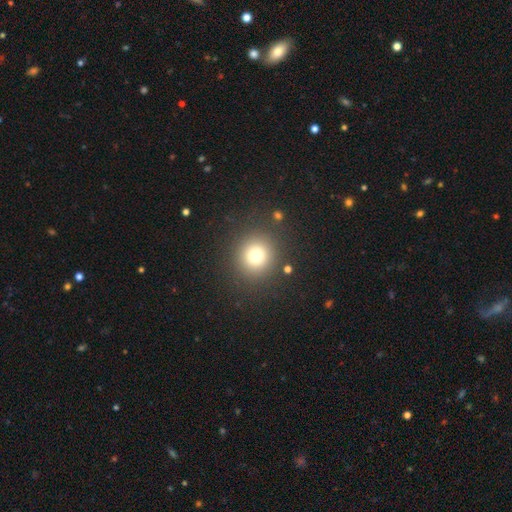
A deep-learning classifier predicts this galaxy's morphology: Smooth or featured? Predicted: smooth (p=0.75). How rounded? Predicted: round (p=0.92). Merging? Predicted: none (p=0.88).